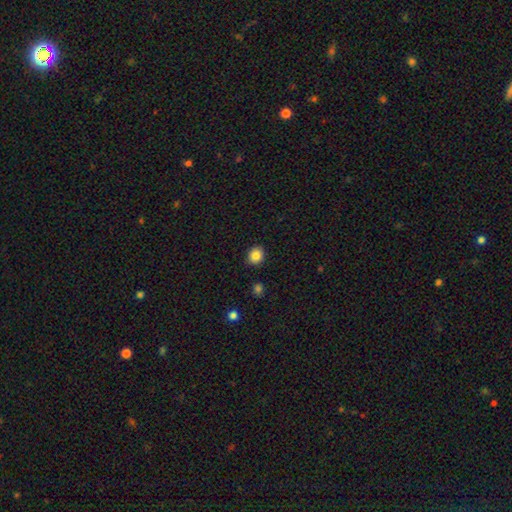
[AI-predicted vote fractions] Smooth or featured?
  - smooth: 84% *
  - star or artifact: 10%
  - featured or disk: 5%
How rounded?
  - round: 78% *
  - in between: 21%
  - cigar-shaped: 1%
Merging?
  - none: 90% *
  - minor disturbance: 7%
  - major disturbance: 2%
  - merger: 1%